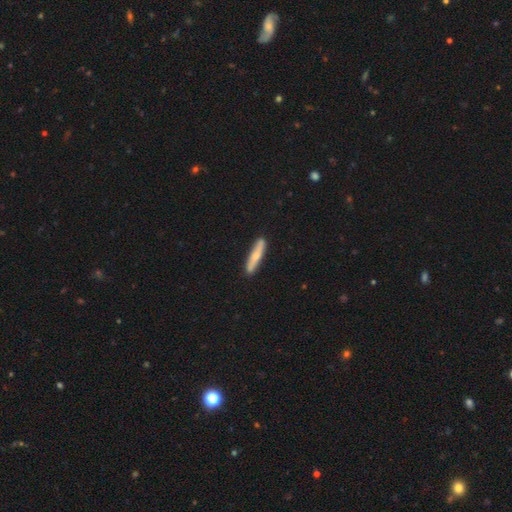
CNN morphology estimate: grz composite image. It shows a smooth galaxy with no disk features (62%) that is cigar-shaped (90%). Merging: none (88%).